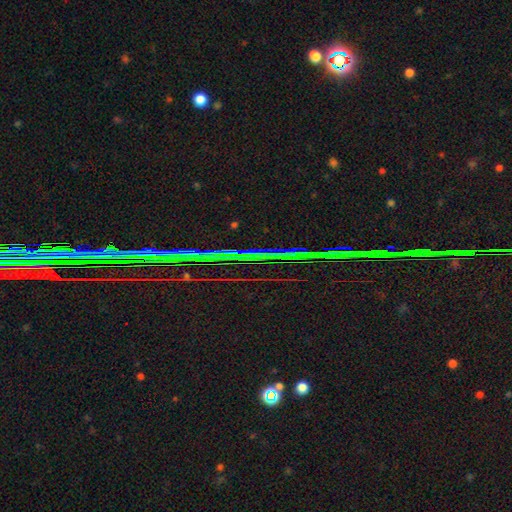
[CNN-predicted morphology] Q: Smooth or featured?
A: star or artifact (87%); runner-up: featured or disk (7%)